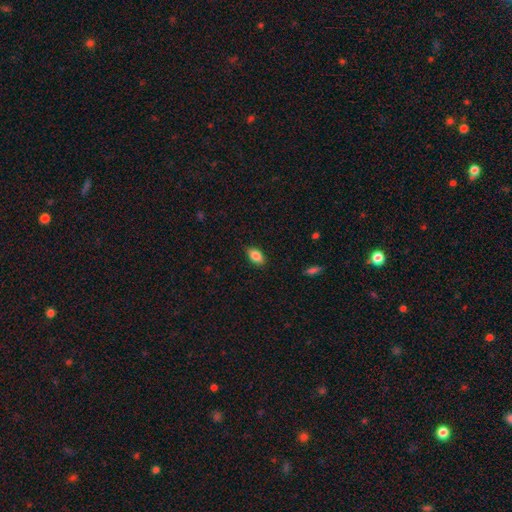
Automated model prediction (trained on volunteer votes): Smooth or featured: smooth — 85% (star or artifact — 8%)
How rounded: in between — 91% (round — 5%)
Merging: none — 88% (minor disturbance — 9%)